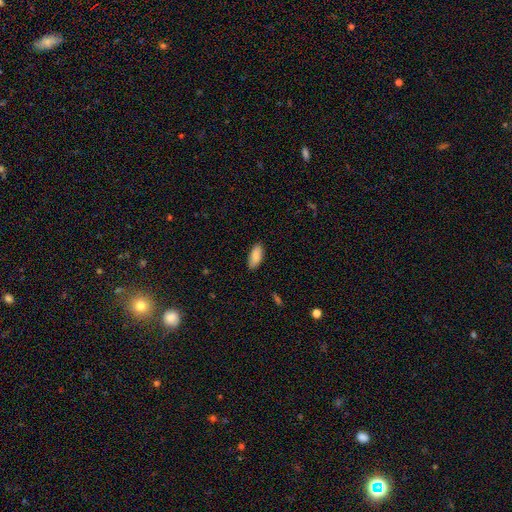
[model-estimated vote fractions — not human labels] smooth 88%, star or artifact 6%, featured or disk 6%. Down the decision tree: how rounded — in between (85%); merging — none (85%).